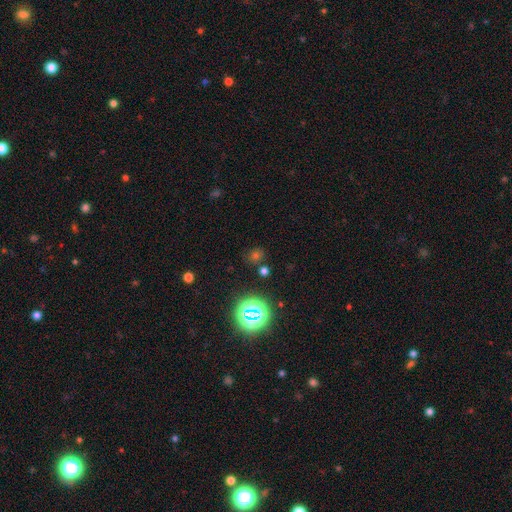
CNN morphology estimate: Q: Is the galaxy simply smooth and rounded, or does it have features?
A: star or artifact — 50%.